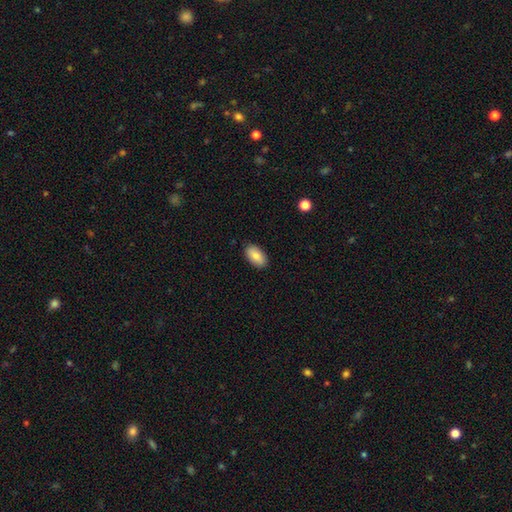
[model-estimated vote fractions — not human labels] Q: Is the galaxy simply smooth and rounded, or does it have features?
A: smooth — 85%.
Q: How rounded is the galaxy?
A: in between — 95%.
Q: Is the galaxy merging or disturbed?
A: none — 89%.